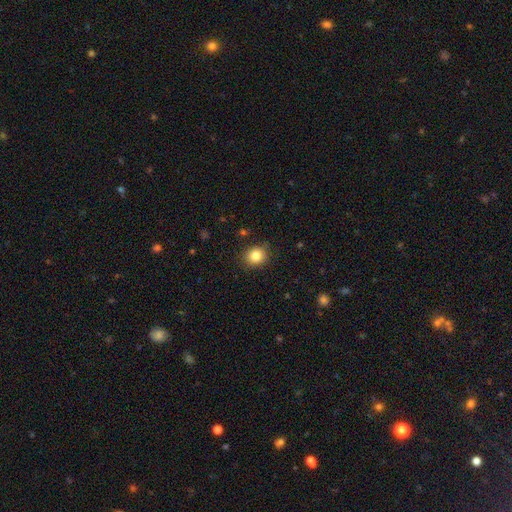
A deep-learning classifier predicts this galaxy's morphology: A smooth galaxy with no disk features (83%) that is round (76%). Merging: none (87%).